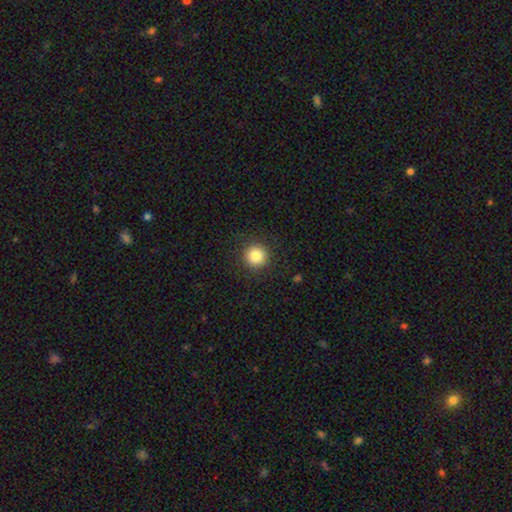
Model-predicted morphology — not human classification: The model was most divided on "smooth or featured": smooth: 85%, star or artifact: 10%, featured or disk: 5%. More confident: how rounded — round (95%); merging — none (91%).